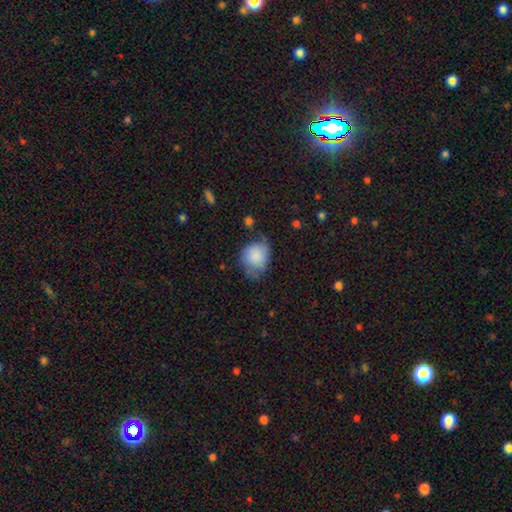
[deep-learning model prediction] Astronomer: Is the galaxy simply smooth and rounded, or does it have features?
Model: smooth — 77%.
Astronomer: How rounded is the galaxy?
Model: round — 59% (runner-up: in between, 40%).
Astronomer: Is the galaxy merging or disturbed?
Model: none — 43% (runner-up: minor disturbance, 38%).